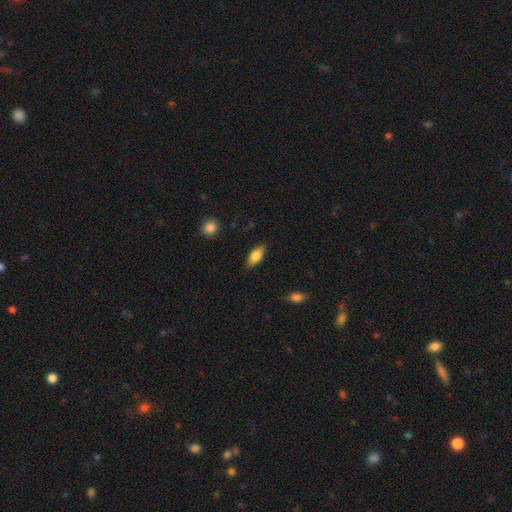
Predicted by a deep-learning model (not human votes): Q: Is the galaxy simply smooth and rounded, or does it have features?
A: smooth — 80%.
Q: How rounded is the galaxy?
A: in between — 85%.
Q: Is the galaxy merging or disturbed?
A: none — 85%.